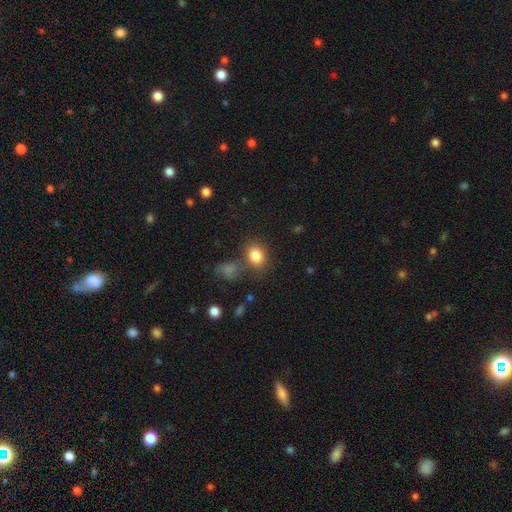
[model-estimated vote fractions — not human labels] Morphology: type=smooth (84%); roundness=in between (56%); merging=none (69%).